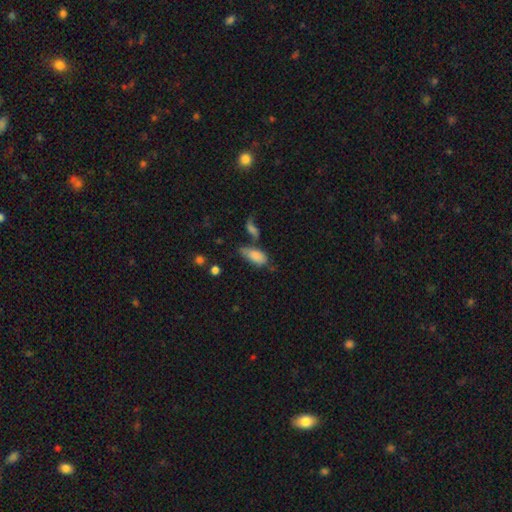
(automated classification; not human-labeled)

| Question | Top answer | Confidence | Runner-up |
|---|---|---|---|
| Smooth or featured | smooth | 80% | featured or disk (11%) |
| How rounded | in between | 88% | cigar-shaped (8%) |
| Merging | none | 37% | minor disturbance (25%) |